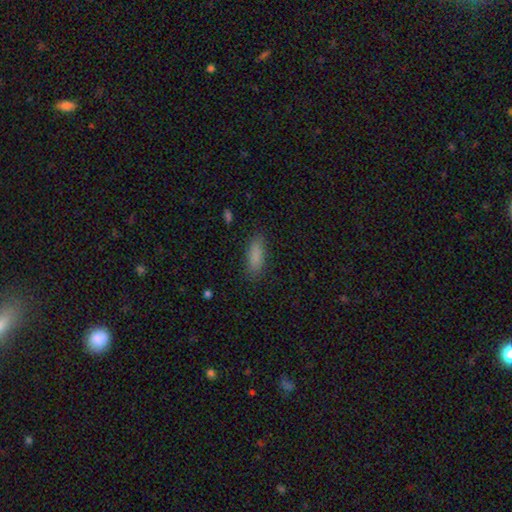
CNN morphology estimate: type=smooth (87%); roundness=in between (63%); merging=none (85%).